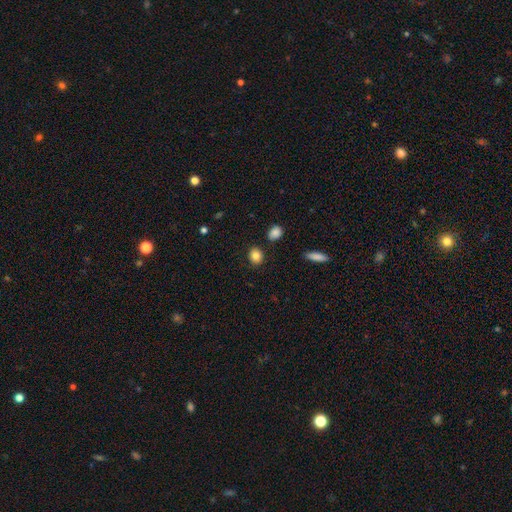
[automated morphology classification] A smooth galaxy with no disk features (85%) that is round (70%). Merging: none (88%).